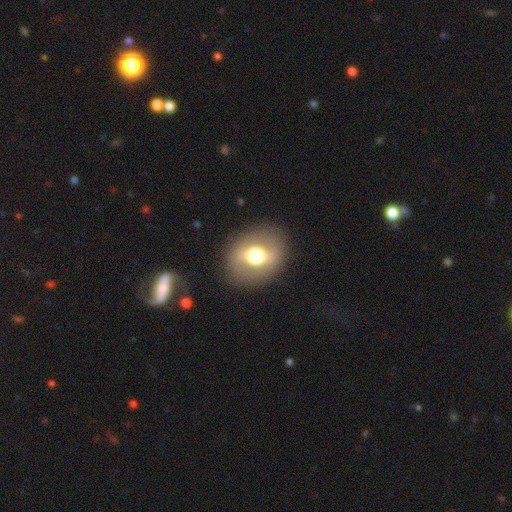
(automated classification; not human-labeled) Smooth or featured? smooth (51%)
How rounded? round (58%)
Merging? none (86%)